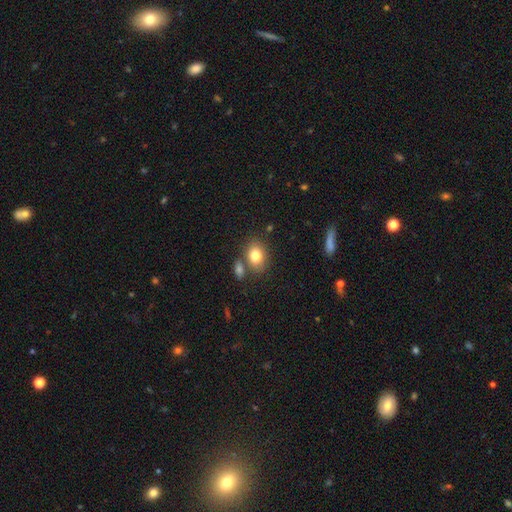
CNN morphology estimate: A smooth galaxy with no disk features (80%) that is in between round and cigar-shaped (64%). Merging: none (68%).